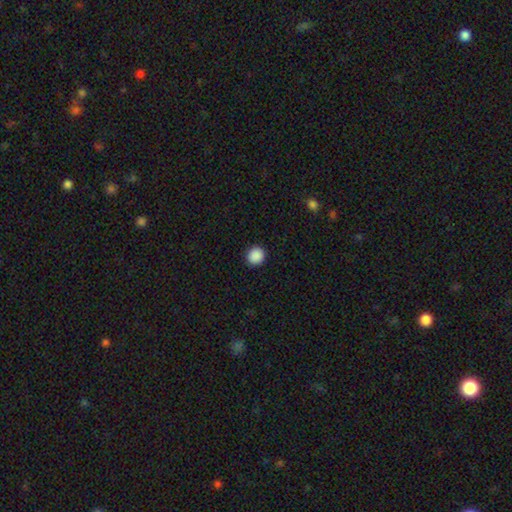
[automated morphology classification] Q: Smooth or featured?
A: smooth (89%); runner-up: star or artifact (9%)
Q: How rounded?
A: round (89%); runner-up: in between (10%)
Q: Merging?
A: none (92%); runner-up: minor disturbance (5%)